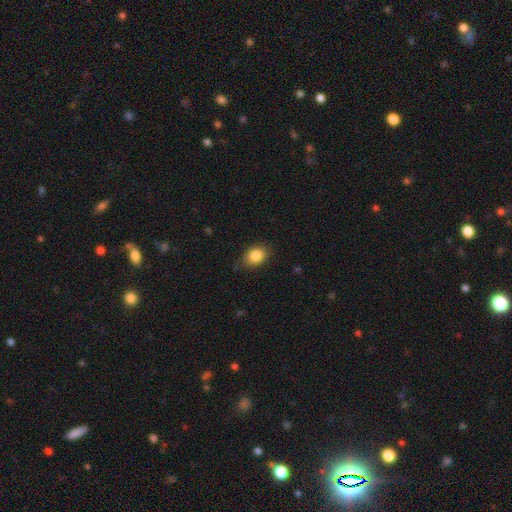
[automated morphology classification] This is clearly a smooth galaxy (85%). How rounded: likely in between (66%). Merging: likely none (78%).